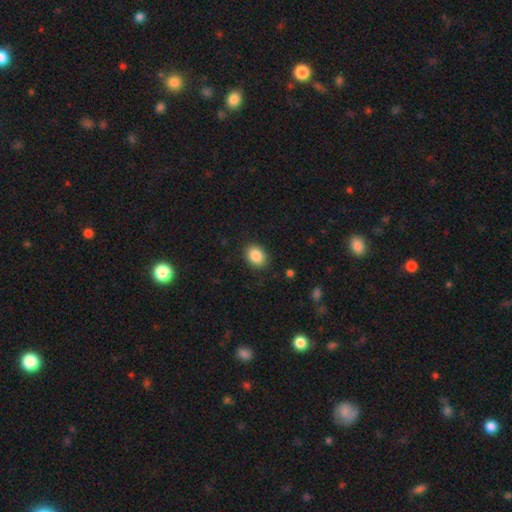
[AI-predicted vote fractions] The model was most divided on "how rounded": in between: 68%, round: 31%, cigar-shaped: 1%. More confident: merging — none (88%); smooth or featured — smooth (87%).